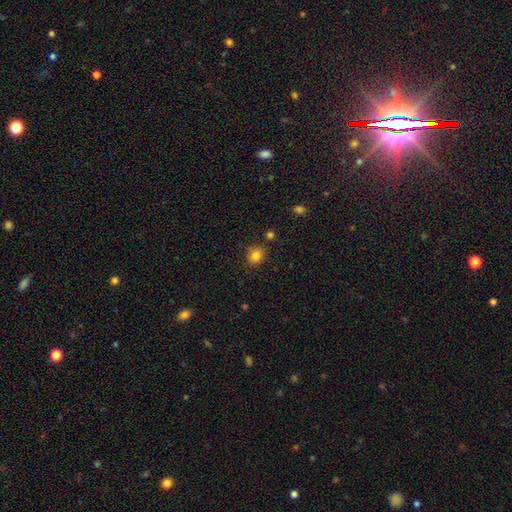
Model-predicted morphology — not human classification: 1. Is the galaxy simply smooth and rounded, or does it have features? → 83% smooth, 12% star or artifact, 5% featured or disk.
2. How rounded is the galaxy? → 65% round, 34% in between, 1% cigar-shaped.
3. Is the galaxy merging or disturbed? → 83% none, 10% minor disturbance, 4% merger, 3% major disturbance.